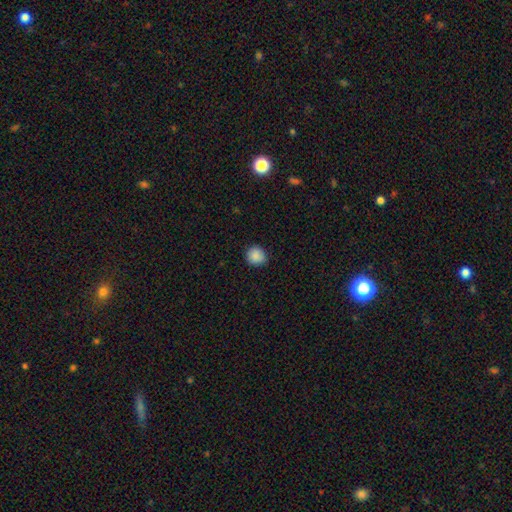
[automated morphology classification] Smooth or featured: smooth — 88% (star or artifact — 9%)
How rounded: round — 90% (in between — 9%)
Merging: none — 88% (minor disturbance — 9%)